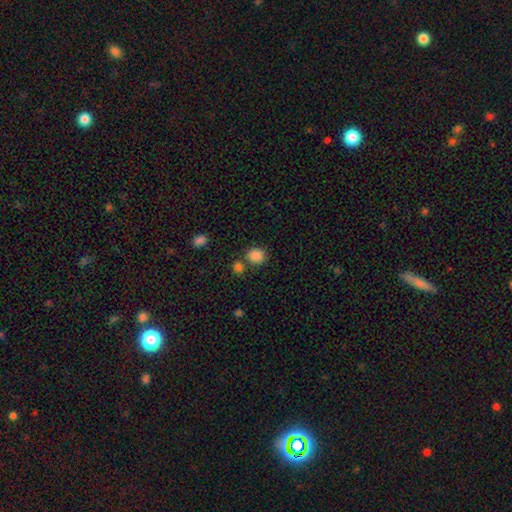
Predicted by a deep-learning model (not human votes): smooth_or_featured: smooth (p=0.86) [alt: star or artifact p=0.10]
how_rounded: round (p=0.70) [alt: in between p=0.29]
merging: none (p=0.72) [alt: merger p=0.15]